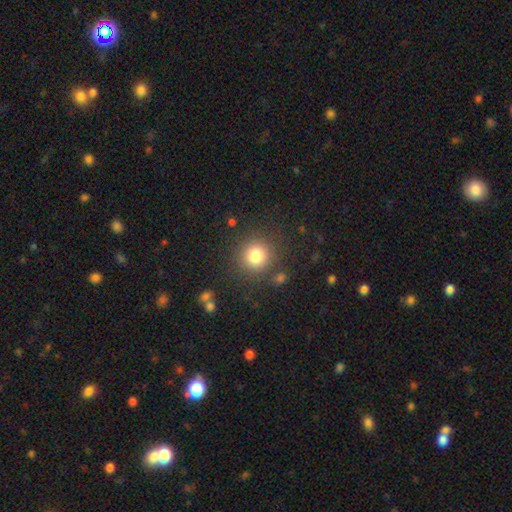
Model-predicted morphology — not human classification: Smooth or featured?
  - smooth: 81% *
  - star or artifact: 12%
  - featured or disk: 7%
How rounded?
  - round: 92% *
  - in between: 7%
  - cigar-shaped: 1%
Merging?
  - none: 85% *
  - minor disturbance: 8%
  - major disturbance: 4%
  - merger: 3%